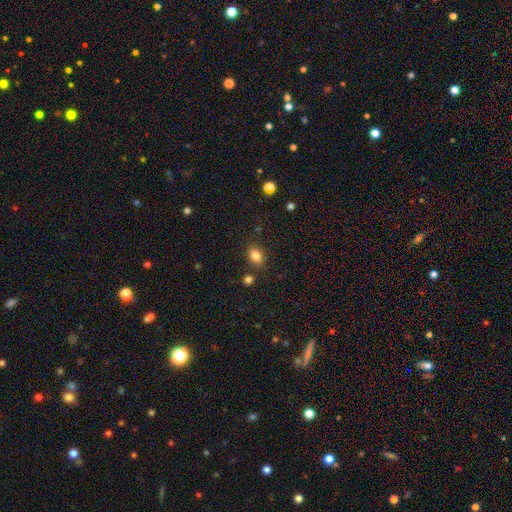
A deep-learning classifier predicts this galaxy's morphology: This is clearly a smooth galaxy (84%). How rounded: likely in between (77%). Merging: clearly none (81%).